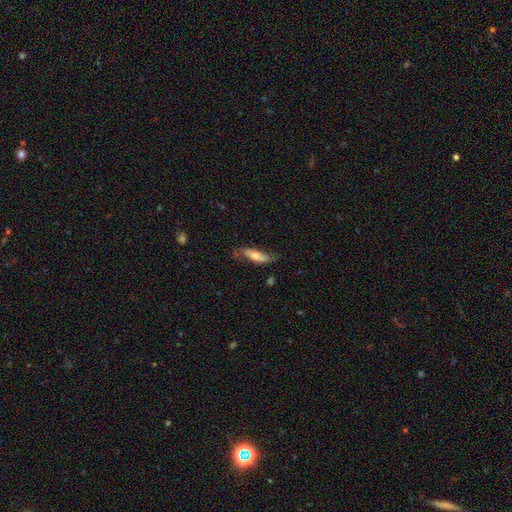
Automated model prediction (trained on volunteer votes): Smooth or featured? Predicted: smooth (p=0.58). How rounded? Predicted: in between (p=0.53). Merging? Predicted: none (p=0.60).